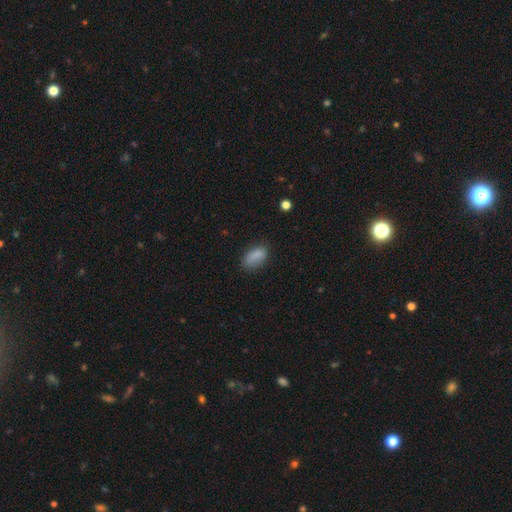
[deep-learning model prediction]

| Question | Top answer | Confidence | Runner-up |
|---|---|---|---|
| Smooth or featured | smooth | 84% | star or artifact (9%) |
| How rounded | in between | 91% | round (6%) |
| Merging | none | 67% | minor disturbance (24%) |